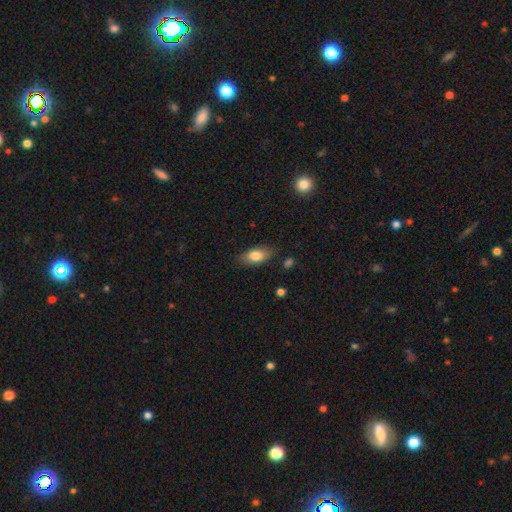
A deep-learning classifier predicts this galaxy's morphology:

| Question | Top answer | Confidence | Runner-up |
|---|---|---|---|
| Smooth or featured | smooth | 78% | featured or disk (15%) |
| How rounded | in between | 86% | cigar-shaped (9%) |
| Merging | none | 82% | minor disturbance (13%) |